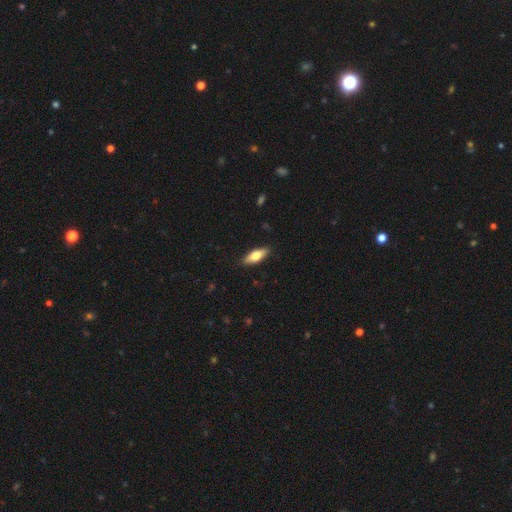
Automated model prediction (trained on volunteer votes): This appears to be a smooth galaxy with no disk features (67%) that is in between round and cigar-shaped (66%). Merging: none (88%).